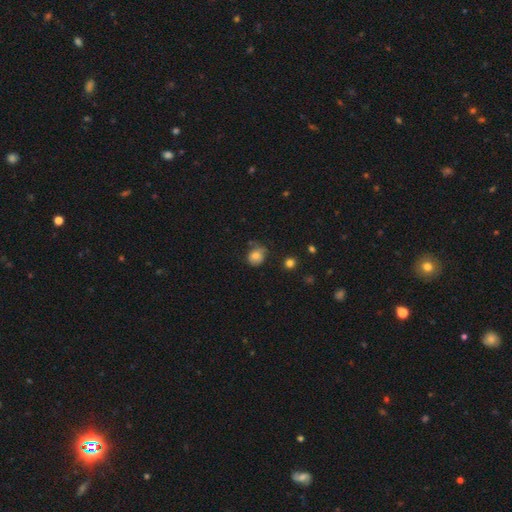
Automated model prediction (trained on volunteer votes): Morphology: type=smooth (76%); roundness=round (64%); merging=none (58%).